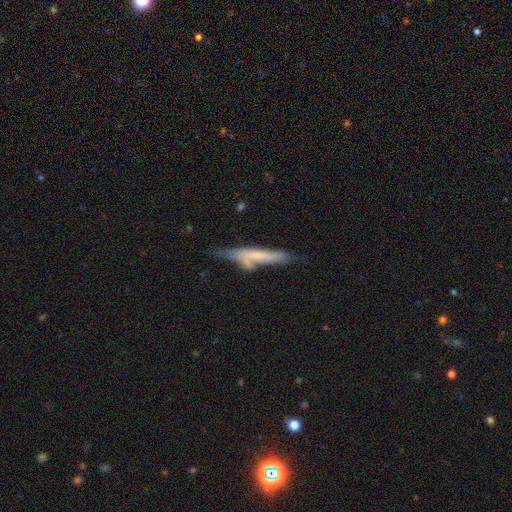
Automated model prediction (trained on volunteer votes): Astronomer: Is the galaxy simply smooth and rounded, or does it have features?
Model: smooth — 48% (runner-up: featured or disk, 44%).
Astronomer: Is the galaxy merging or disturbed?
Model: none — 41% (runner-up: minor disturbance, 29%).